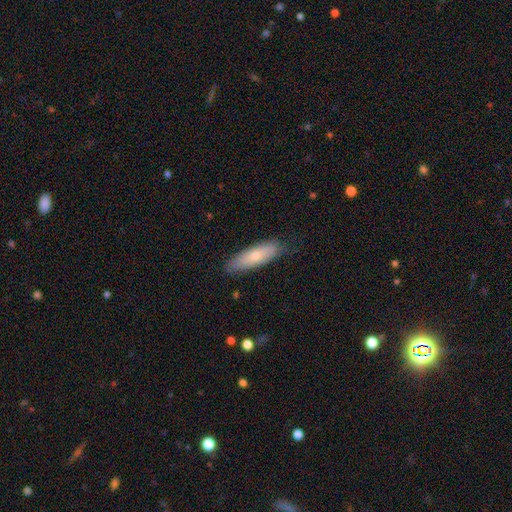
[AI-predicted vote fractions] This appears to be a smooth galaxy with no disk features (70%) that is cigar-shaped (55%). Merging: none (80%).